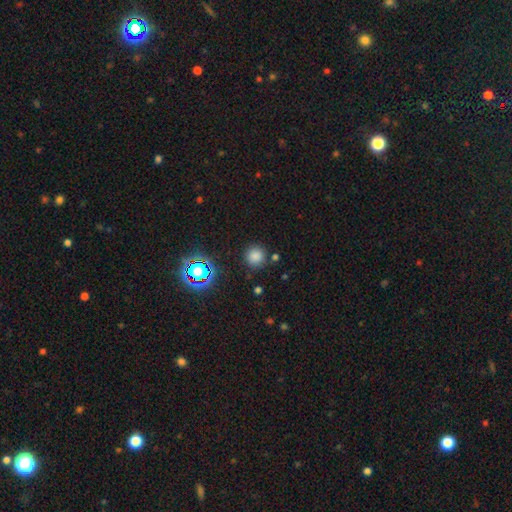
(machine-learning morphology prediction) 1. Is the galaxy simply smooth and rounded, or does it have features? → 75% smooth, 19% star or artifact, 5% featured or disk.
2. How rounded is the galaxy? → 93% round, 6% in between, 1% cigar-shaped.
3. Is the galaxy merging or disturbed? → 85% none, 8% minor disturbance, 4% merger, 3% major disturbance.